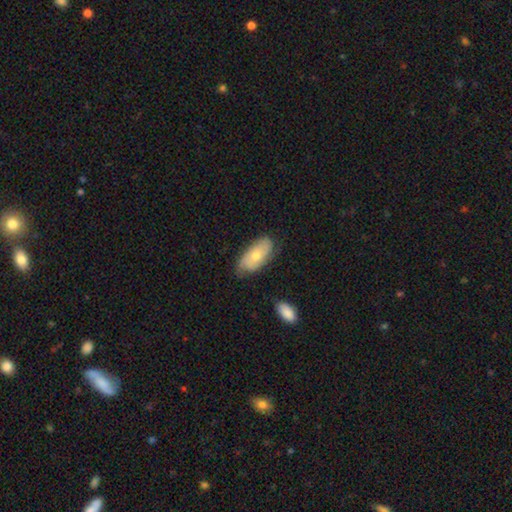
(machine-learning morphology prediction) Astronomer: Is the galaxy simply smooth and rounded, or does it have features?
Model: smooth — 58% (runner-up: featured or disk, 36%).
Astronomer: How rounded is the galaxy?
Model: in between — 91%.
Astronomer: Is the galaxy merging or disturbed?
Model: none — 67%.